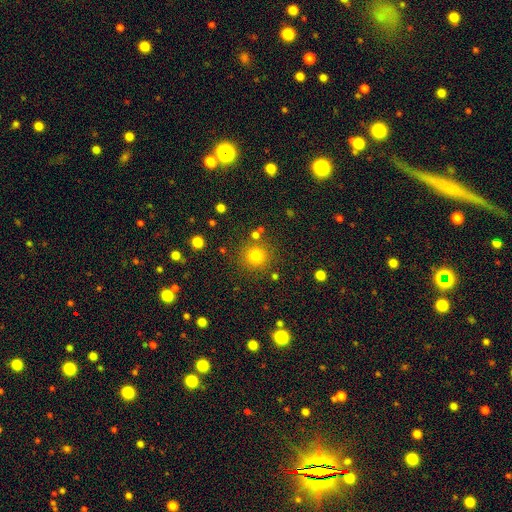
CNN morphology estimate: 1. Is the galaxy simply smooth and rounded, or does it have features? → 78% smooth, 15% star or artifact, 6% featured or disk.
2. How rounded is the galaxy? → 93% round, 6% in between, 1% cigar-shaped.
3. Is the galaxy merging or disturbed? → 83% none, 8% minor disturbance, 6% merger, 3% major disturbance.